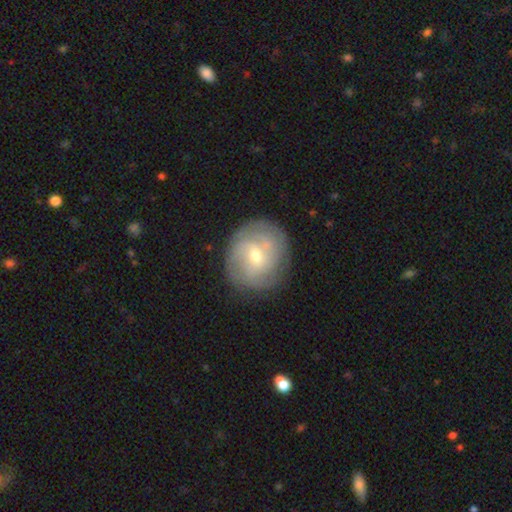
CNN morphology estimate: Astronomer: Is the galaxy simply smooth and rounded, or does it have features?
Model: featured or disk — 65%.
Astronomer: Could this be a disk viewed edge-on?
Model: no — 97%.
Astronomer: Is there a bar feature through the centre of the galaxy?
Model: no — 55% (runner-up: weak, 37%).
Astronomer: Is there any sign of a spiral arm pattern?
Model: yes — 82%.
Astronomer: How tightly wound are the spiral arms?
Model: tight — 52% (runner-up: medium, 33%).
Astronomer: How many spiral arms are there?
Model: can't tell — 40% (runner-up: 2, 20%).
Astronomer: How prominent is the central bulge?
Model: small — 48%, tied with moderate at 48%.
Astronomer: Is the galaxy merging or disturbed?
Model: none — 79%.